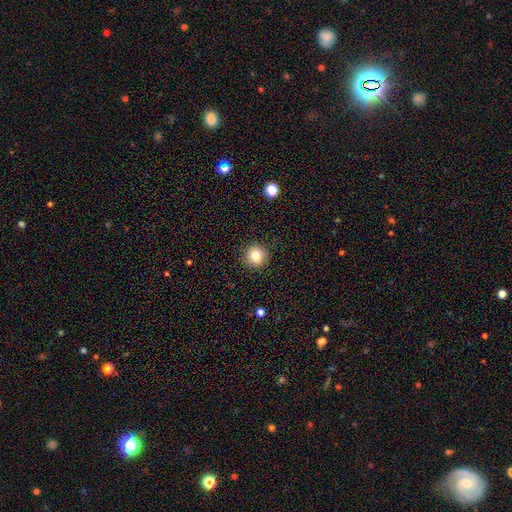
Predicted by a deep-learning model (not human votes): Overall: smooth (81%). How rounded: round (93%). Merging: none (91%).